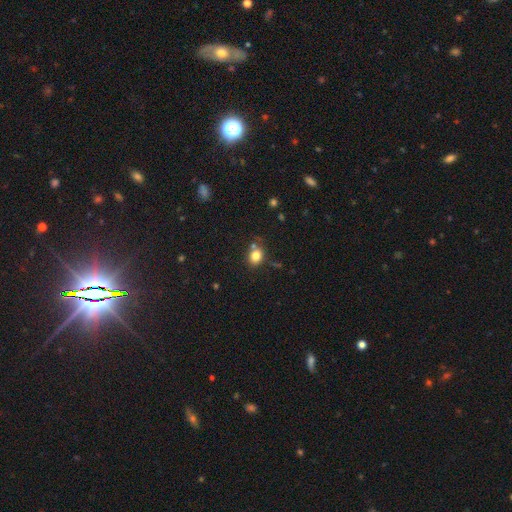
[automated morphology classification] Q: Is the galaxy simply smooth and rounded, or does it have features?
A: smooth — 80%.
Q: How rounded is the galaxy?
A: round — 58%.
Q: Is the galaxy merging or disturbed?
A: none — 67%.